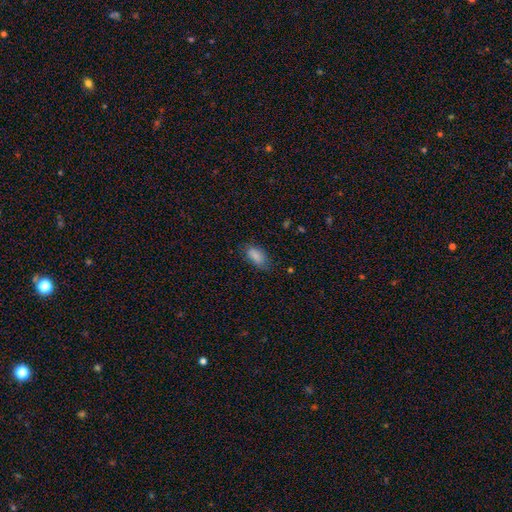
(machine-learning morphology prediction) Smooth or featured?
  - smooth: 85% *
  - star or artifact: 8%
  - featured or disk: 7%
How rounded?
  - in between: 91% *
  - cigar-shaped: 6%
  - round: 4%
Merging?
  - none: 71% *
  - minor disturbance: 22%
  - major disturbance: 5%
  - merger: 1%